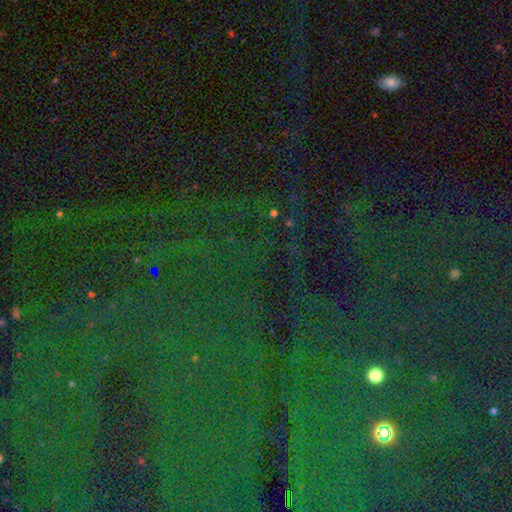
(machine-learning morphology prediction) Q: Smooth or featured?
A: star or artifact (83%); runner-up: smooth (9%)